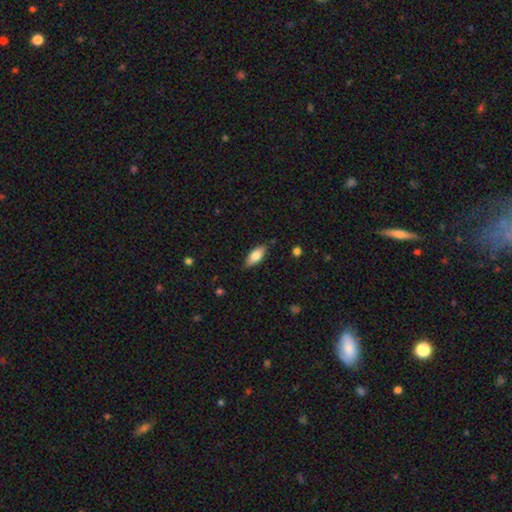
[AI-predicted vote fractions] This is likely a smooth galaxy (76%). How rounded: clearly in between (83%). Merging: clearly none (83%).